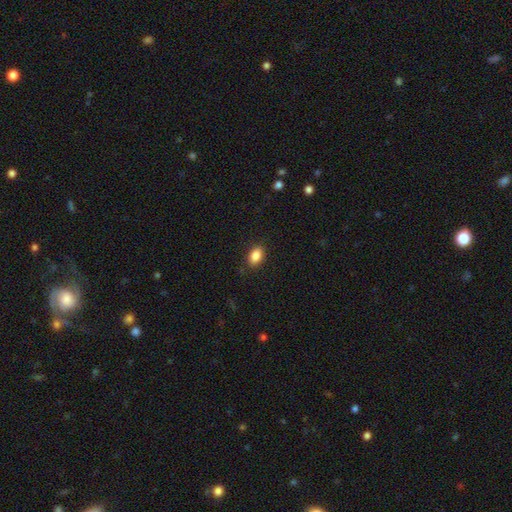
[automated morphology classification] A smooth galaxy with no disk features (87%) that is in between round and cigar-shaped (86%). Merging: none (88%).